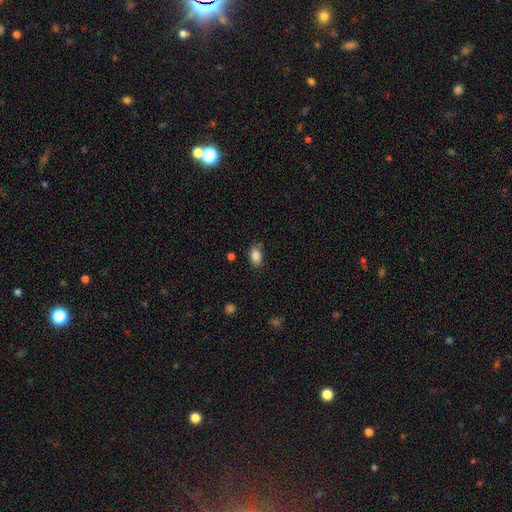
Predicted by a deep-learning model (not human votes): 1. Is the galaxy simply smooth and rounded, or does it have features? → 87% smooth, 8% star or artifact, 5% featured or disk.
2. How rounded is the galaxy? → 91% in between, 7% round, 2% cigar-shaped.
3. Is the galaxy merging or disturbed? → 78% none, 15% minor disturbance, 4% major disturbance, 3% merger.